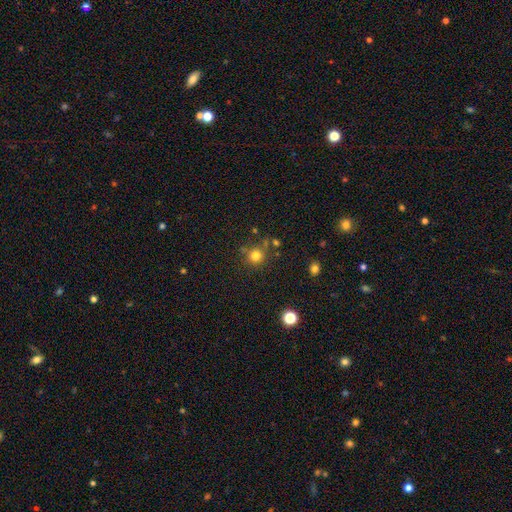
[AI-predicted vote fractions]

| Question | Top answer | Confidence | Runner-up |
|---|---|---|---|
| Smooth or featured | smooth | 78% | star or artifact (15%) |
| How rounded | round | 92% | in between (7%) |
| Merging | none | 77% | minor disturbance (11%) |